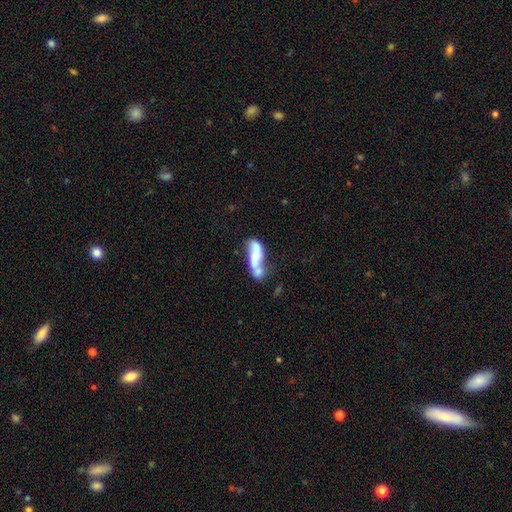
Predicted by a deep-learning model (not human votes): Q: Smooth or featured?
A: smooth (53%); runner-up: featured or disk (38%)
Q: How rounded?
A: in between (53%); runner-up: cigar-shaped (44%)
Q: Merging?
A: merger (48%); runner-up: none (20%)